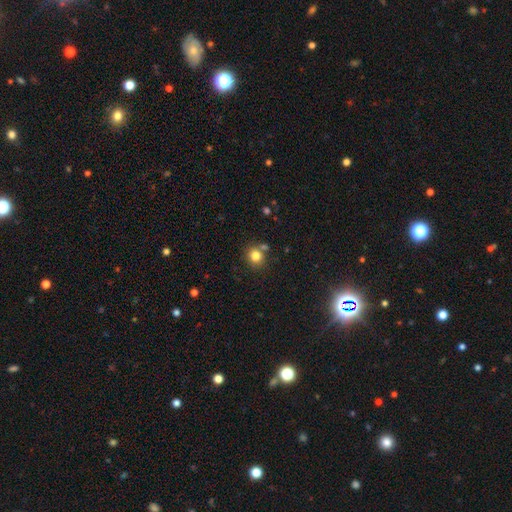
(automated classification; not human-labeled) Q: Smooth or featured?
A: smooth (81%); runner-up: star or artifact (12%)
Q: How rounded?
A: round (86%); runner-up: in between (13%)
Q: Merging?
A: none (72%); runner-up: merger (15%)